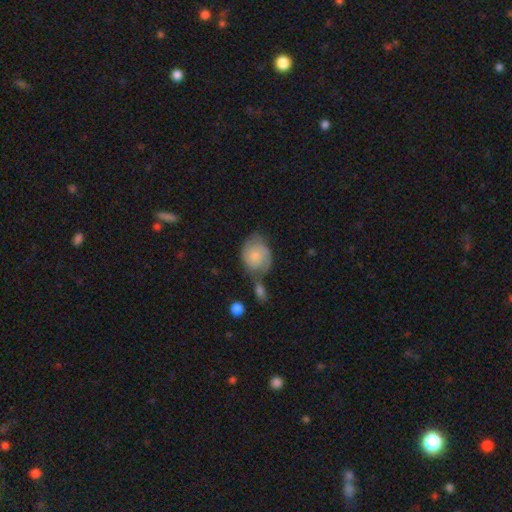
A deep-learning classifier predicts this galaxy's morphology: Smooth or featured: smooth — 50% (featured or disk — 43%)
How rounded: round — 52% (in between — 47%)
Merging: none — 37% (merger — 27%)